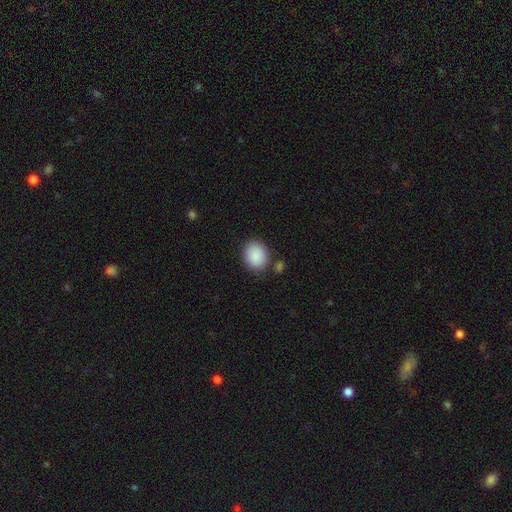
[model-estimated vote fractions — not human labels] This is clearly a smooth galaxy (89%). How rounded: possibly round (60%). Merging: clearly none (80%).